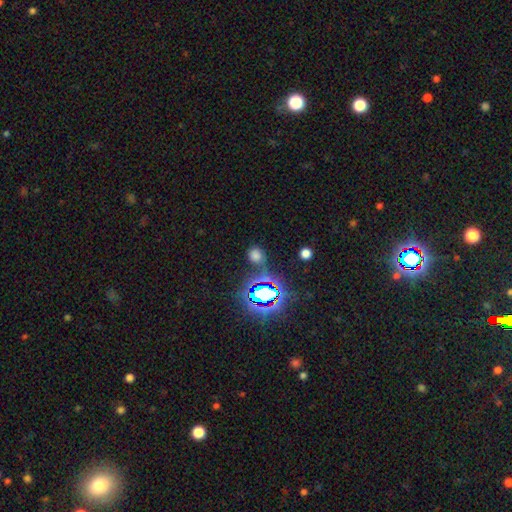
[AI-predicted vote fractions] Q: Smooth or featured?
A: smooth (56%); runner-up: star or artifact (37%)
Q: How rounded?
A: round (78%); runner-up: in between (21%)
Q: Merging?
A: none (74%); runner-up: minor disturbance (14%)